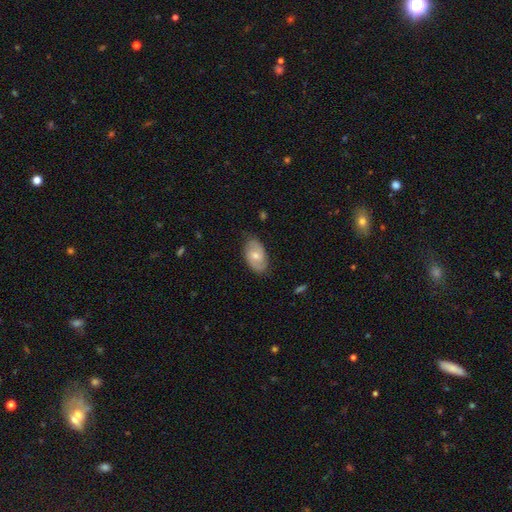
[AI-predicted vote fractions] The model was most divided on "smooth or featured": smooth: 49%, featured or disk: 45%, star or artifact: 6%. More confident: merging — none (75%).